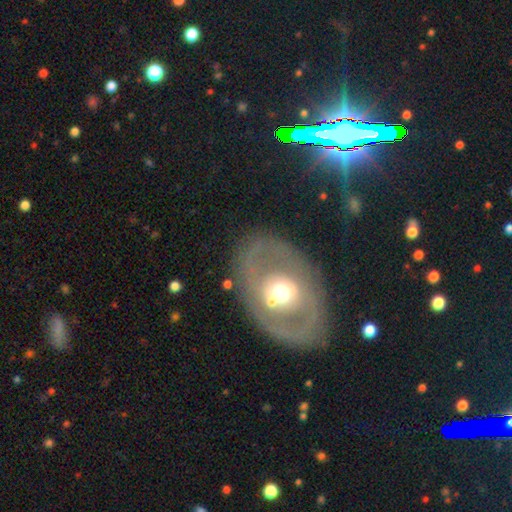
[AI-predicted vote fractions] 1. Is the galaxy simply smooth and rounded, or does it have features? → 68% featured or disk, 22% smooth, 10% star or artifact.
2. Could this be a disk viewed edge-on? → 92% no, 8% yes.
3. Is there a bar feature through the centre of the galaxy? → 58% no, 28% weak, 14% strong.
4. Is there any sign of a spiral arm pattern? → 57% no, 43% yes.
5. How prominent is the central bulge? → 67% moderate, 16% small, 14% large, 2% dominant, 1% none.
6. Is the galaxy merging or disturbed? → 80% none, 12% minor disturbance, 7% major disturbance, 2% merger.